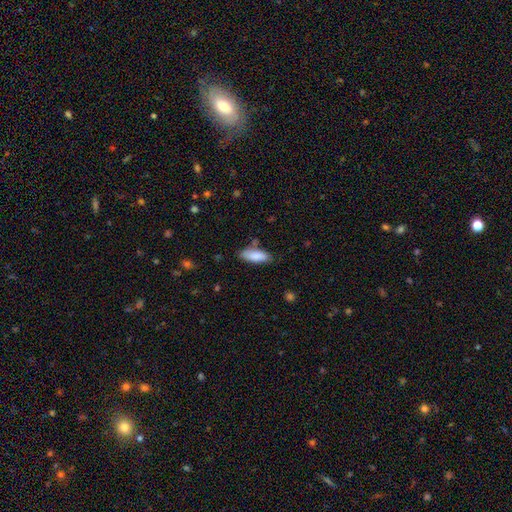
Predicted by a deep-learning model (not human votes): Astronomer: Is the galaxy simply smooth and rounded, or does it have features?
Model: smooth — 86%.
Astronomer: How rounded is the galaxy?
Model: in between — 70%.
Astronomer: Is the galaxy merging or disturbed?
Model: none — 75%.